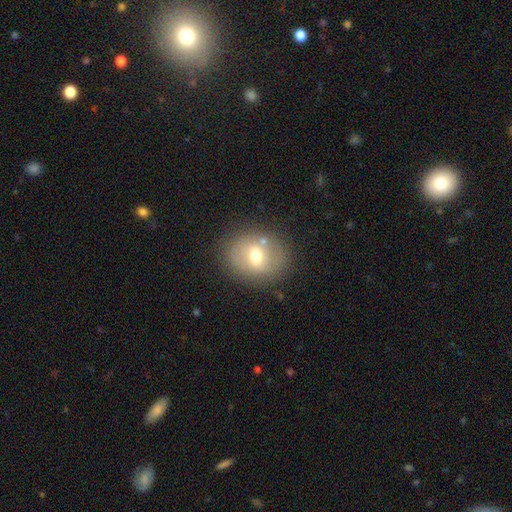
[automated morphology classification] The model was most divided on "how rounded": round: 62%, in between: 37%, cigar-shaped: 1%. More confident: merging — none (80%); smooth or featured — smooth (60%).